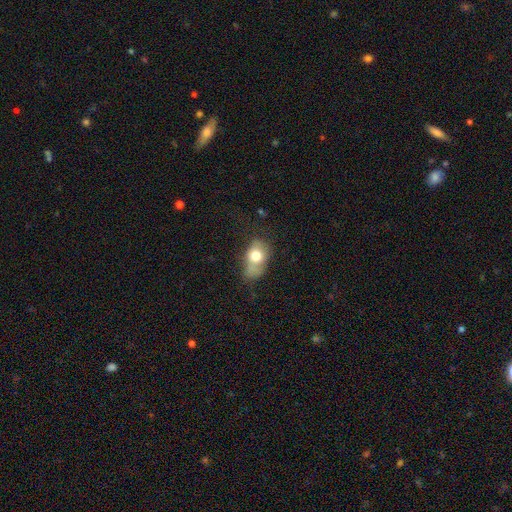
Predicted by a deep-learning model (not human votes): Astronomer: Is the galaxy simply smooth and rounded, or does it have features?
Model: smooth — 70%.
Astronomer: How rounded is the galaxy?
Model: in between — 76%.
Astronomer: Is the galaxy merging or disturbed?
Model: minor disturbance — 35% (runner-up: none, 33%).